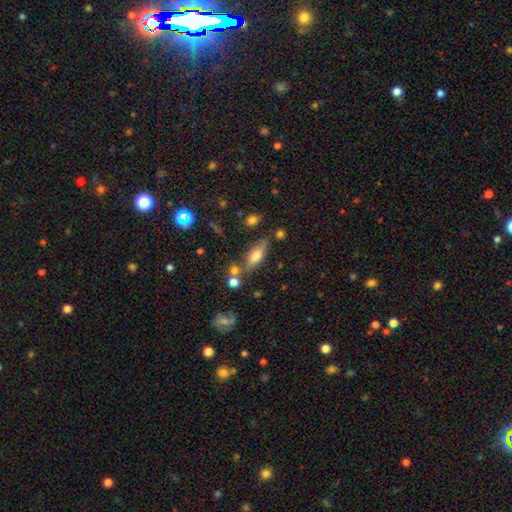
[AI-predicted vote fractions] This is possibly a smooth galaxy (54%). How rounded: possibly in between (58%). Merging: likely none (68%).